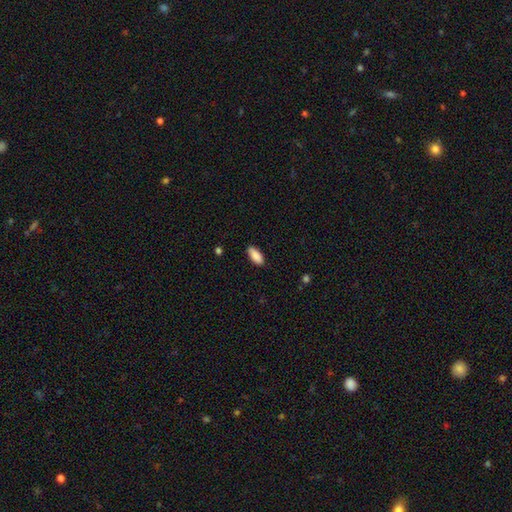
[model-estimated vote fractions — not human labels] This is clearly a smooth galaxy (89%). How rounded: clearly in between (87%). Merging: clearly none (87%).